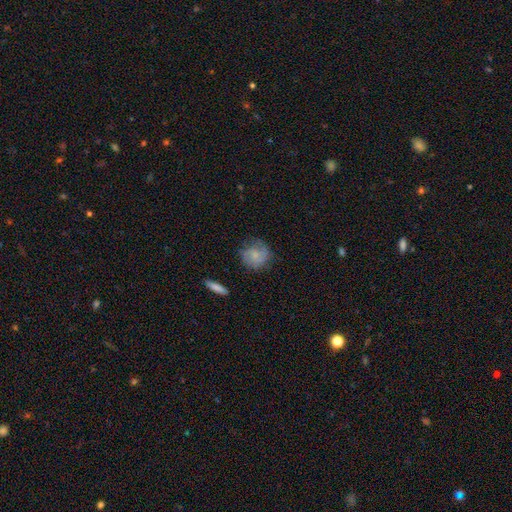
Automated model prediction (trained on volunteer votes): A smooth galaxy with no disk features (60%) that is round (81%). Merging: none (63%).